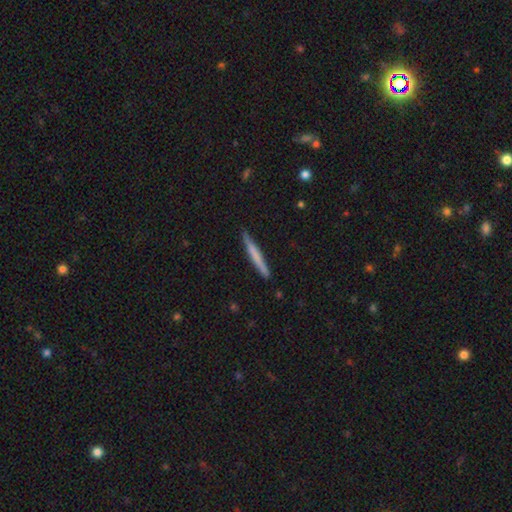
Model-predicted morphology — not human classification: Smooth or featured: smooth — 61% (featured or disk — 34%)
How rounded: cigar-shaped — 97% (in between — 2%)
Merging: none — 89% (minor disturbance — 8%)